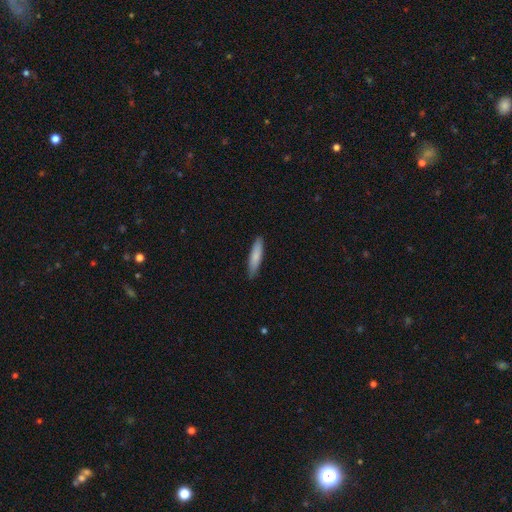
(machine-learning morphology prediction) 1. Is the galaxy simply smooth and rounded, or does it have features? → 81% smooth, 14% featured or disk, 5% star or artifact.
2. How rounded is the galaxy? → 81% cigar-shaped, 18% in between, 1% round.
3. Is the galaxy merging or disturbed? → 87% none, 11% minor disturbance, 2% major disturbance, 1% merger.